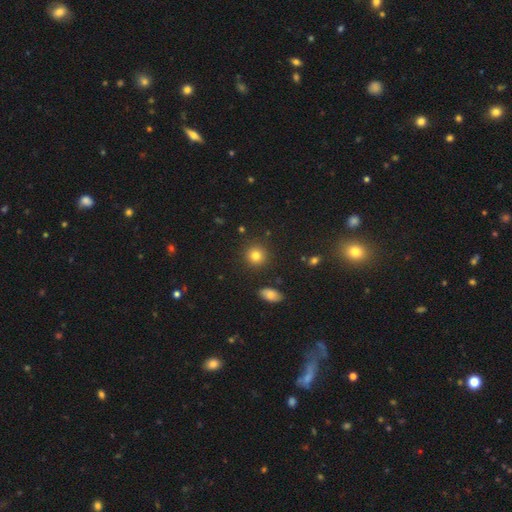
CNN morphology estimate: Smooth or featured: smooth — 80% (star or artifact — 12%)
How rounded: round — 90% (in between — 9%)
Merging: none — 89% (minor disturbance — 6%)